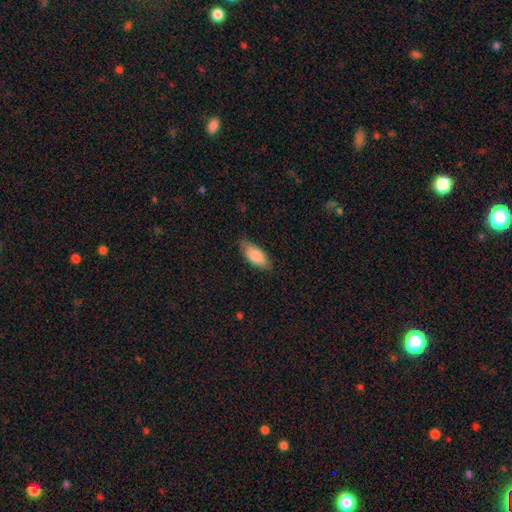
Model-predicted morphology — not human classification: smooth-or-featured: smooth: 86% | featured or disk: 9% | star or artifact: 6%
  how-rounded: in between: 84% | cigar-shaped: 14% | round: 2%
  merging: none: 80% | minor disturbance: 16% | major disturbance: 3% | merger: 1%